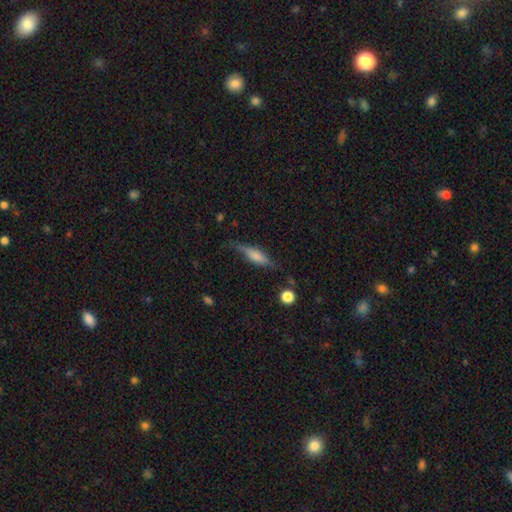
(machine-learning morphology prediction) Q: Smooth or featured?
A: featured or disk (46%); tied with: smooth (46%)
Q: Merging?
A: none (64%); runner-up: minor disturbance (24%)